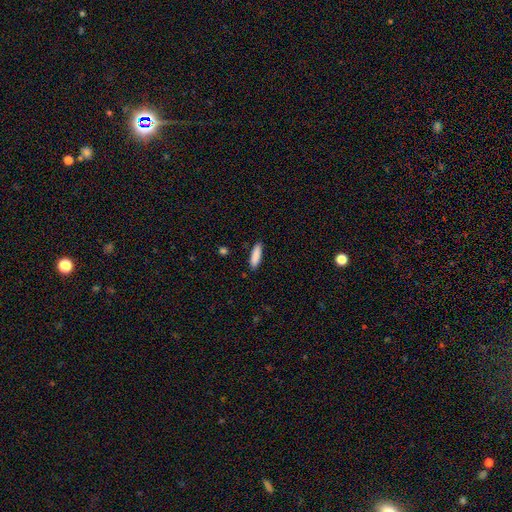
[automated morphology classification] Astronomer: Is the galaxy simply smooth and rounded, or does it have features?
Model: smooth — 88%.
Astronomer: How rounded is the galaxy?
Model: cigar-shaped — 63%.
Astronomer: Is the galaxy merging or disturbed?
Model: none — 87%.